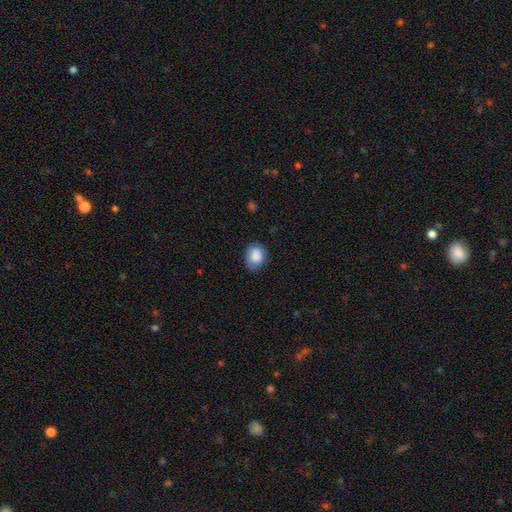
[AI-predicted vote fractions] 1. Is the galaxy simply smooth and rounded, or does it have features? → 85% smooth, 7% star or artifact, 7% featured or disk.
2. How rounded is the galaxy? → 56% in between, 43% round, 1% cigar-shaped.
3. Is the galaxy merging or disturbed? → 70% none, 24% minor disturbance, 5% major disturbance, 1% merger.